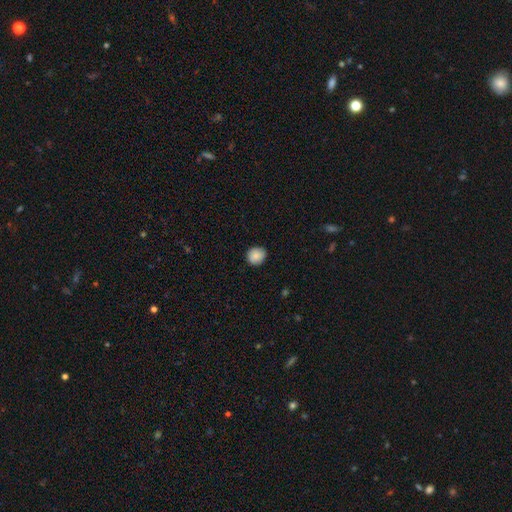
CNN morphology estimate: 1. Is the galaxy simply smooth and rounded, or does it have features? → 88% smooth, 8% star or artifact, 4% featured or disk.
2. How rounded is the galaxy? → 84% round, 15% in between, 1% cigar-shaped.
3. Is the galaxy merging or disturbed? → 86% none, 11% minor disturbance, 2% major disturbance, 1% merger.